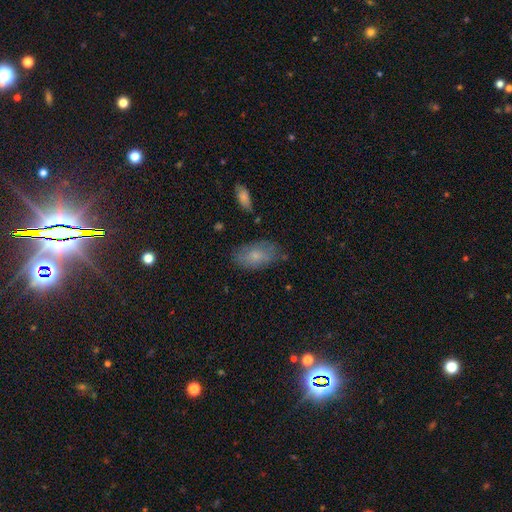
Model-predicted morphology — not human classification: This is likely a smooth galaxy (71%). How rounded: clearly in between (92%). Merging: likely none (70%).